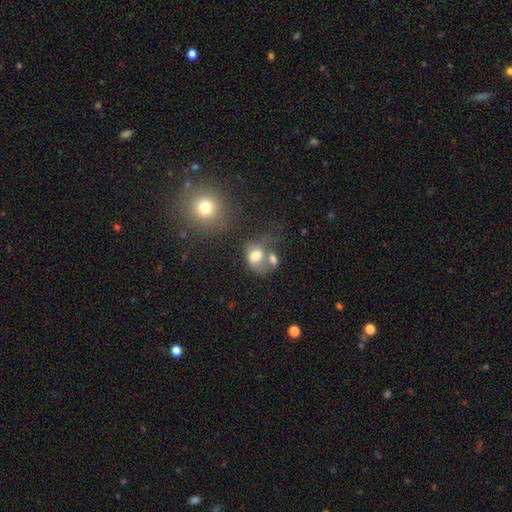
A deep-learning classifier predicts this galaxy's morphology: Smooth or featured? Predicted: smooth (p=0.71). How rounded? Predicted: in between (p=0.63). Merging? Predicted: merger (p=0.46).